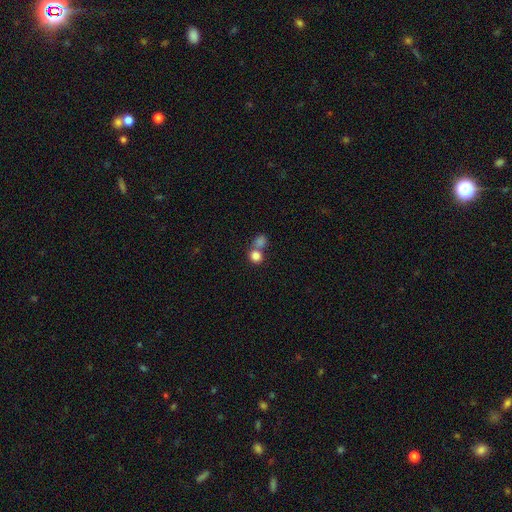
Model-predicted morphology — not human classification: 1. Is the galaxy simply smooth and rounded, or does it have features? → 82% smooth, 11% star or artifact, 7% featured or disk.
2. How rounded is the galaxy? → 80% round, 19% in between, 1% cigar-shaped.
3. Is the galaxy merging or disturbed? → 46% merger, 43% none, 7% minor disturbance, 4% major disturbance.